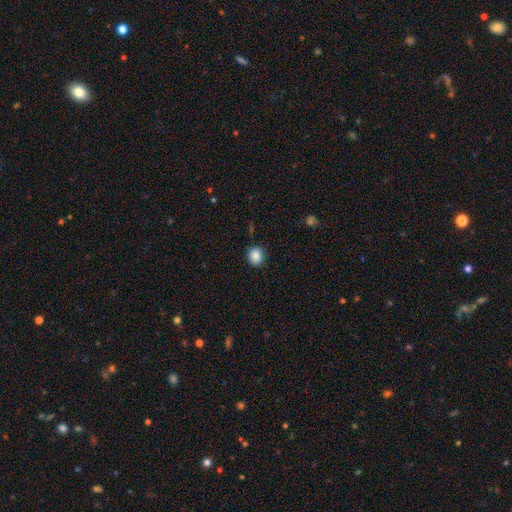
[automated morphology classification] Smooth or featured? smooth (87%)
How rounded? round (80%)
Merging? none (88%)